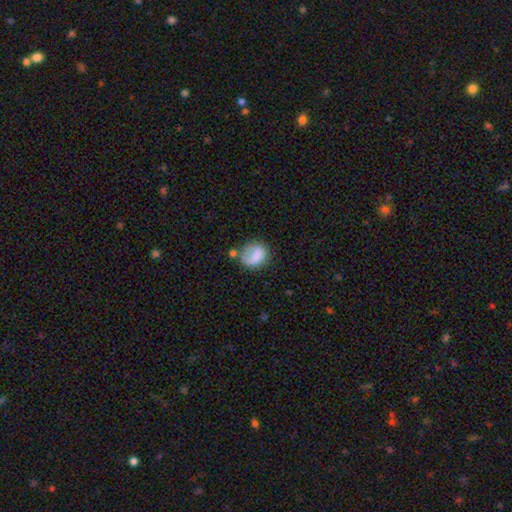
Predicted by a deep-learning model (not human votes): Smooth or featured: smooth — 72% (featured or disk — 21%)
How rounded: round — 69% (in between — 30%)
Merging: none — 48% (minor disturbance — 24%)